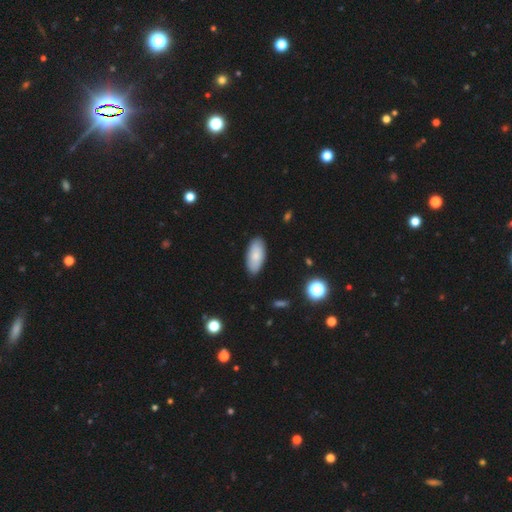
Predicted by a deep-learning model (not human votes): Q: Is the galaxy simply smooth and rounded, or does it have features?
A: smooth — 80%.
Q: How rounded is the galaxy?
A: in between — 92%.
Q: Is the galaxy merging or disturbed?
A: none — 87%.